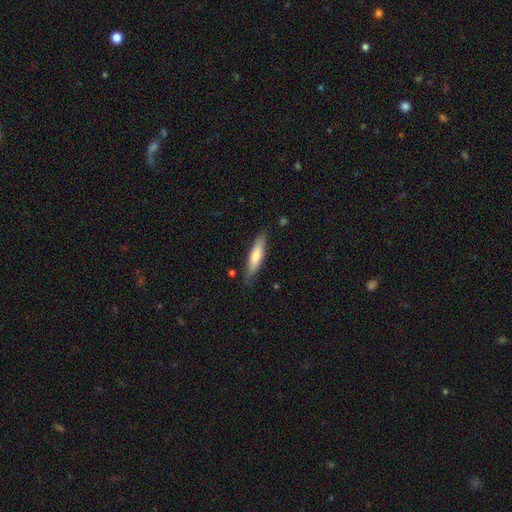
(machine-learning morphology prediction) smooth 72%, featured or disk 23%, star or artifact 6%. Down the decision tree: how rounded — cigar-shaped (73%); merging — none (81%).